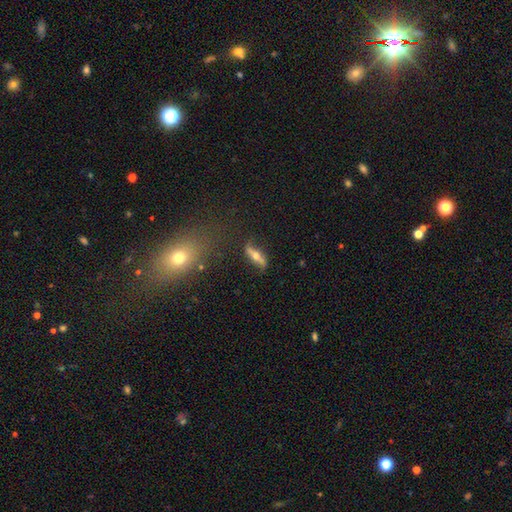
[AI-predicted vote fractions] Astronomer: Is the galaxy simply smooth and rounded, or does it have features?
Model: featured or disk — 64%.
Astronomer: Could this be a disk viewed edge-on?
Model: yes — 62% (runner-up: no, 38%).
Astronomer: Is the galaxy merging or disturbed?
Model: none — 75%.